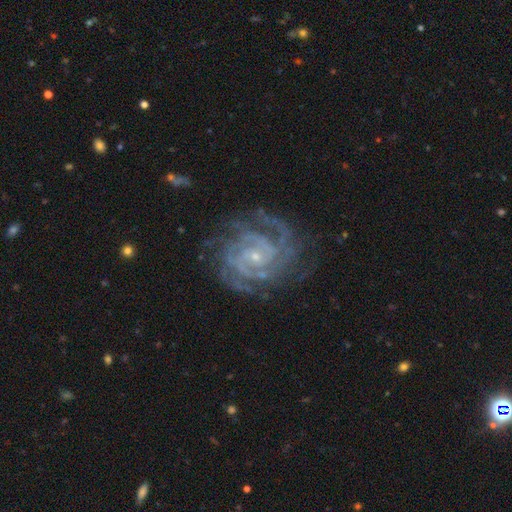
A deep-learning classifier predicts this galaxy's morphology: This appears to be a featured or disk galaxy (89%) with no bar (50%), 2 (31%) tight (75%) spiral arms (98%) and a small central bulge (77%). Merging: none (78%).